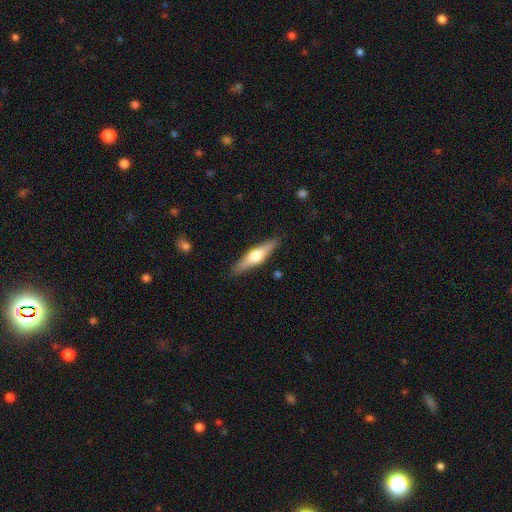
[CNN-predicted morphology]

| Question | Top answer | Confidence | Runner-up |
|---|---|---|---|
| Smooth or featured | featured or disk | 54% | smooth (40%) |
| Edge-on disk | yes | 95% | no (5%) |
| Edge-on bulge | rounded | 91% | boxy (6%) |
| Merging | none | 88% | minor disturbance (9%) |